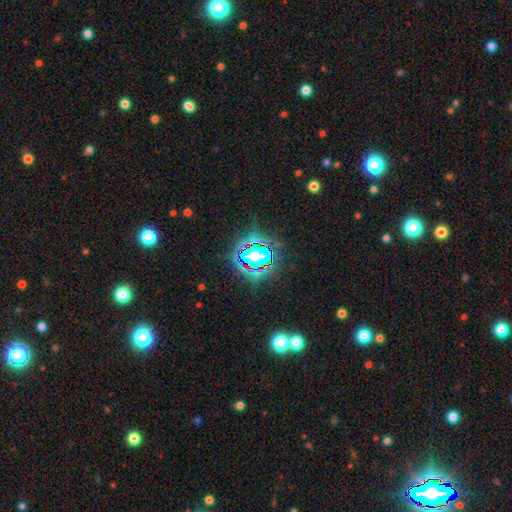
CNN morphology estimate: Smooth or featured: star or artifact — 79% (smooth — 13%)